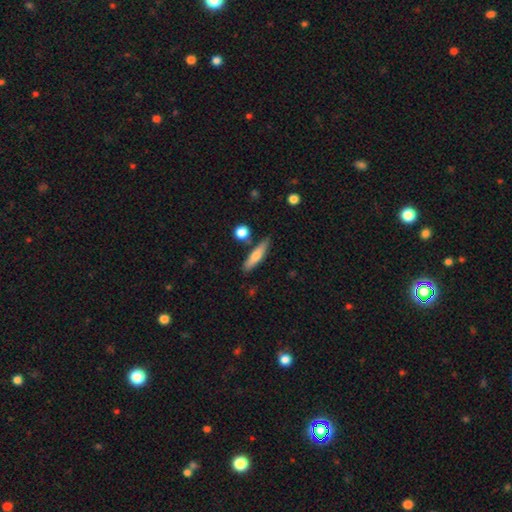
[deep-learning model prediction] smooth-or-featured: smooth: 67% | featured or disk: 27% | star or artifact: 6%
  how-rounded: cigar-shaped: 78% | in between: 19% | round: 3%
  merging: none: 79% | minor disturbance: 12% | merger: 7% | major disturbance: 3%